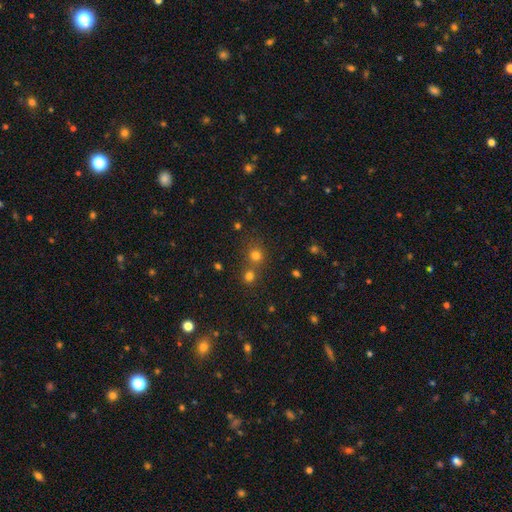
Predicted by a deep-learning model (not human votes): A smooth galaxy with no disk features (73%) that is round (86%). Merging: none (60%).